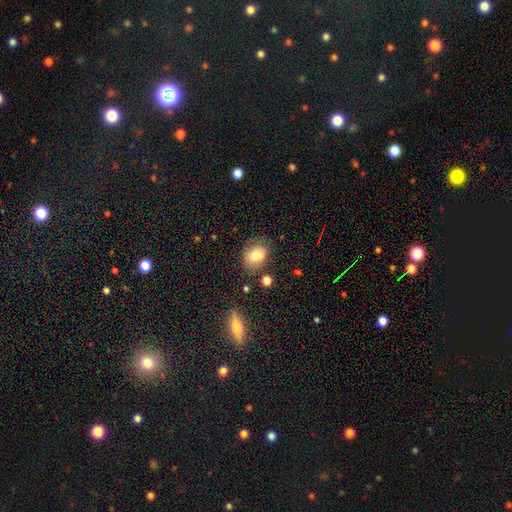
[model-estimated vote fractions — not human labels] This appears to be a smooth galaxy with no disk features (73%) that is in between round and cigar-shaped (60%). Merging: none (67%).